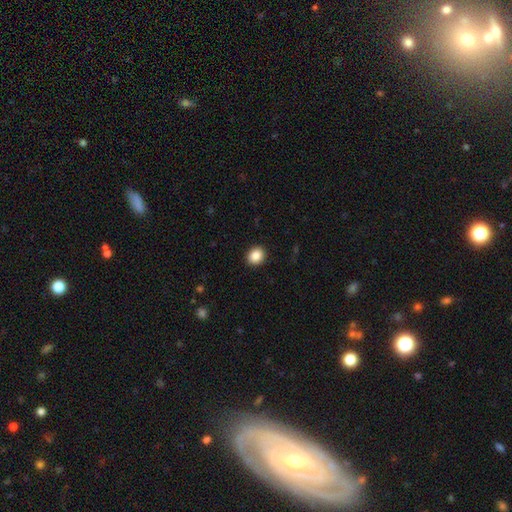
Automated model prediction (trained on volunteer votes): Smooth or featured?
  - smooth: 87% *
  - star or artifact: 9%
  - featured or disk: 4%
How rounded?
  - round: 72% *
  - in between: 27%
  - cigar-shaped: 1%
Merging?
  - none: 92% *
  - minor disturbance: 5%
  - major disturbance: 2%
  - merger: 1%